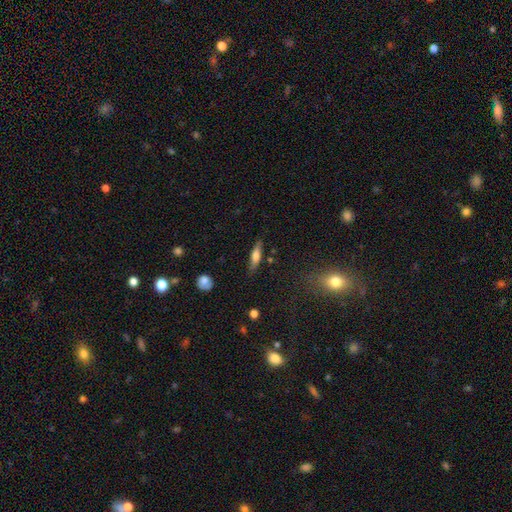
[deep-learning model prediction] smooth-or-featured: smooth: 62% | featured or disk: 31% | star or artifact: 7%
  how-rounded: cigar-shaped: 66% | in between: 32% | round: 3%
  merging: none: 80% | minor disturbance: 15% | major disturbance: 3% | merger: 2%